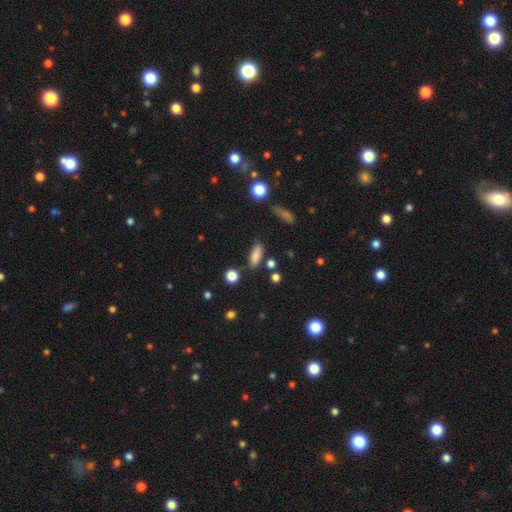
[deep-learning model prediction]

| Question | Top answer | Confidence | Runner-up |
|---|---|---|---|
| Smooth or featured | smooth | 82% | star or artifact (10%) |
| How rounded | in between | 62% | cigar-shaped (34%) |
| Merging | none | 76% | minor disturbance (14%) |